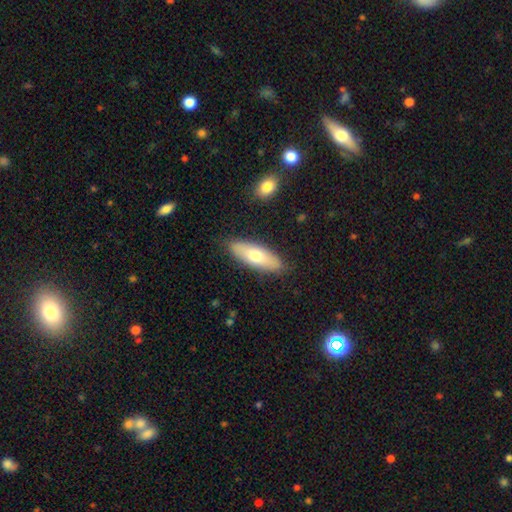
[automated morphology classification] The model was most divided on "how rounded": in between: 60%, cigar-shaped: 37%, round: 2%. More confident: merging — none (86%); smooth or featured — smooth (66%).